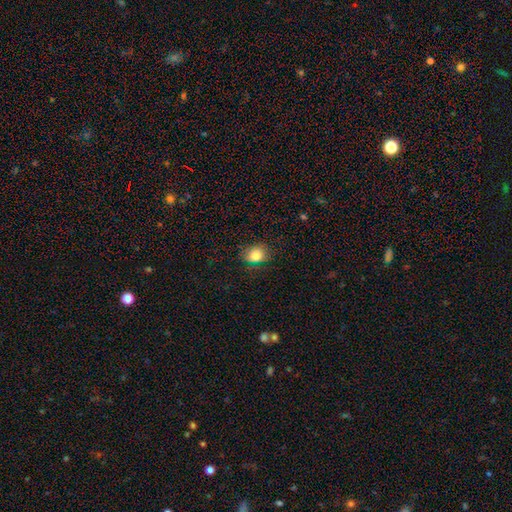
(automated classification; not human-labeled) A smooth galaxy with no disk features (81%) that is round (56%). Merging: none (81%).